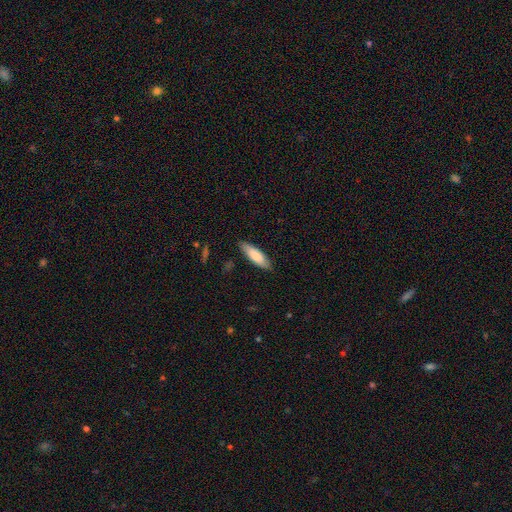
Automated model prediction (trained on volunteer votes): This is clearly a smooth galaxy (80%). How rounded: possibly cigar-shaped (52%). Merging: clearly none (85%).